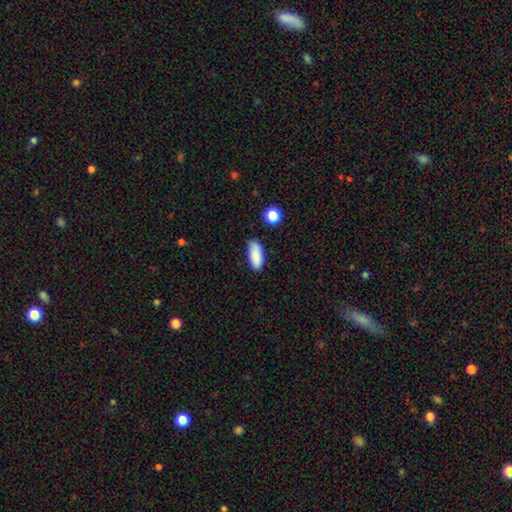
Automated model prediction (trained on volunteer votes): This is clearly a smooth galaxy (88%). How rounded: clearly in between (84%). Merging: likely none (79%).